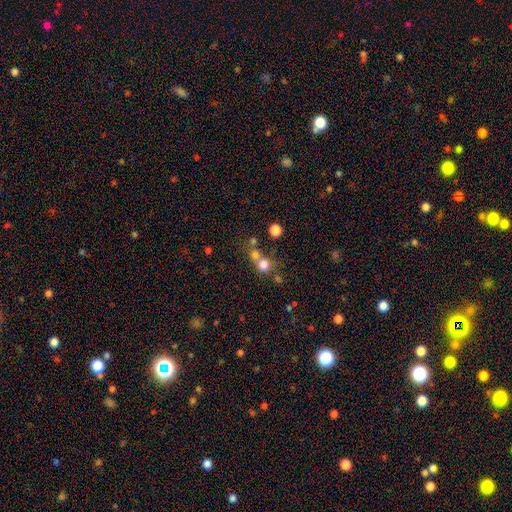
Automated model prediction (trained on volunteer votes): This appears to be a smooth galaxy with no disk features (63%) that is round (85%). Merging: none (50%).